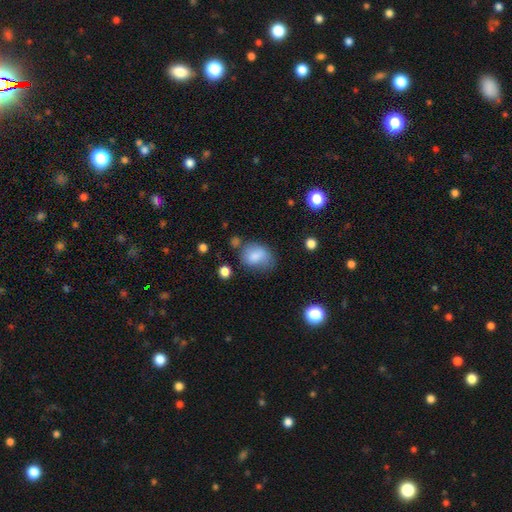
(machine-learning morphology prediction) Smooth or featured? Predicted: smooth (p=0.79). How rounded? Predicted: in between (p=0.64). Merging? Predicted: none (p=0.46).